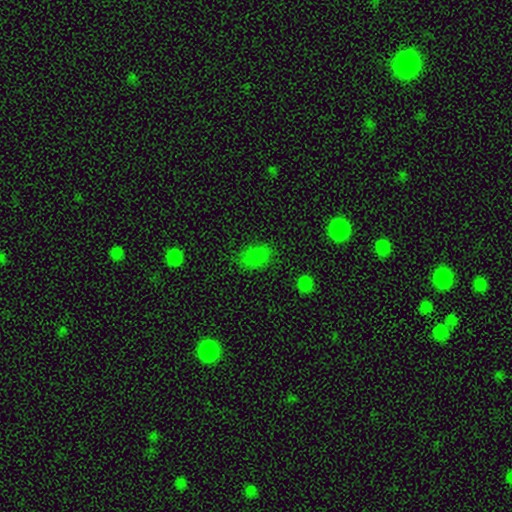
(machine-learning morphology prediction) Overall: smooth (77%). How rounded: in between (87%). Merging: none (77%).